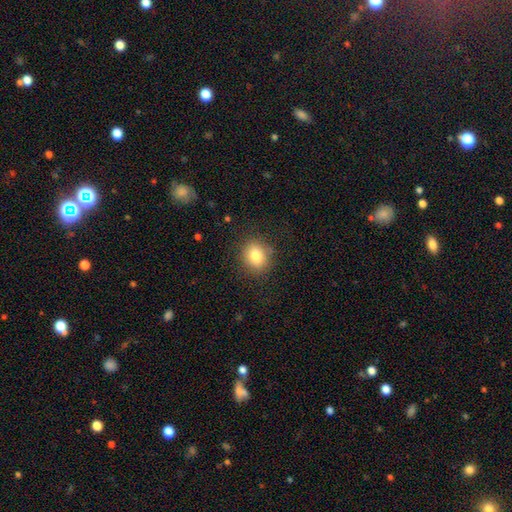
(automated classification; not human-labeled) This is clearly a smooth galaxy (82%). How rounded: likely round (67%). Merging: clearly none (84%).